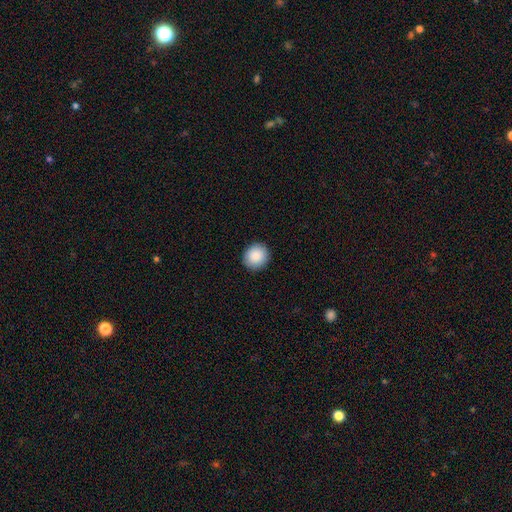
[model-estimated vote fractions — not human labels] smooth_or_featured: smooth (p=0.89) [alt: star or artifact p=0.08]
how_rounded: round (p=0.88) [alt: in between p=0.11]
merging: none (p=0.91) [alt: minor disturbance p=0.06]